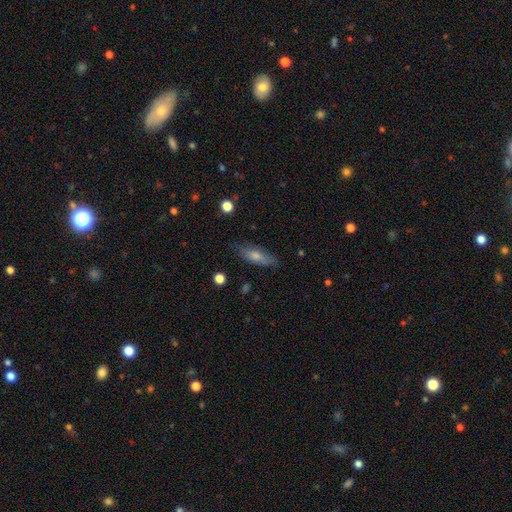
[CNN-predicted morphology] Smooth or featured: smooth — 56% (featured or disk — 35%)
How rounded: cigar-shaped — 51% (in between — 46%)
Merging: none — 80% (minor disturbance — 15%)